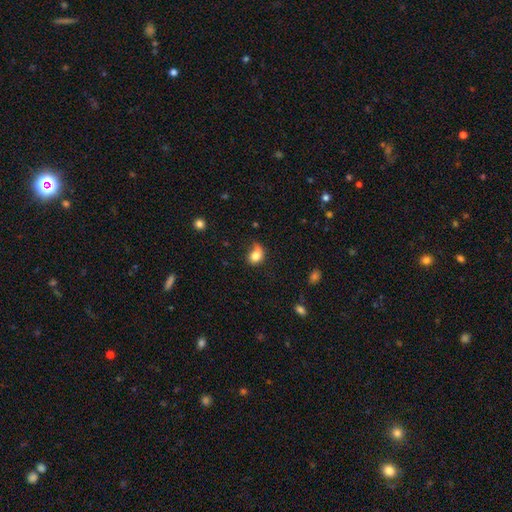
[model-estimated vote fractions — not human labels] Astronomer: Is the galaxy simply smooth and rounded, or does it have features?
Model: smooth — 79%.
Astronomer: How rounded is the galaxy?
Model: round — 51% (runner-up: in between, 47%).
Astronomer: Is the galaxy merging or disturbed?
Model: none — 46% (runner-up: minor disturbance, 33%).